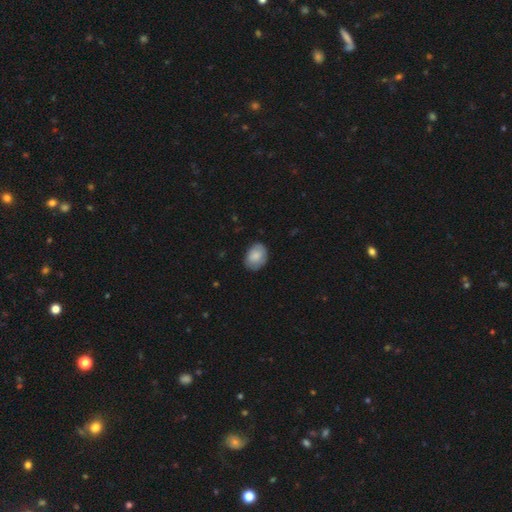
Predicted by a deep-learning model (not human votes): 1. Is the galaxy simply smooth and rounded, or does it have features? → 82% smooth, 11% featured or disk, 6% star or artifact.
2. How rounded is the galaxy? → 73% in between, 26% round, 1% cigar-shaped.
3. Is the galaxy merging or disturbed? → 77% none, 19% minor disturbance, 3% major disturbance, 1% merger.